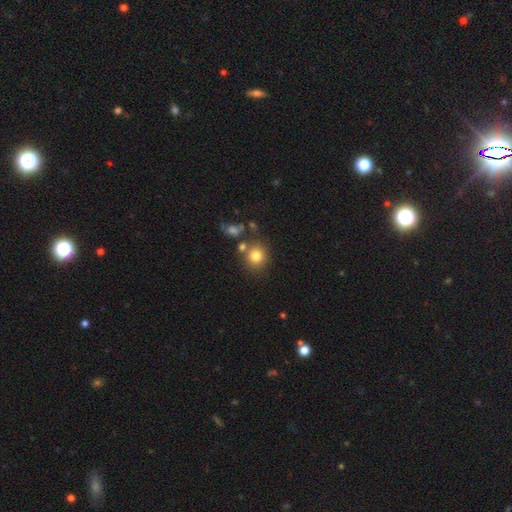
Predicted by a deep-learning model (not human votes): Overall: smooth (80%). How rounded: round (84%). Merging: none (71%).